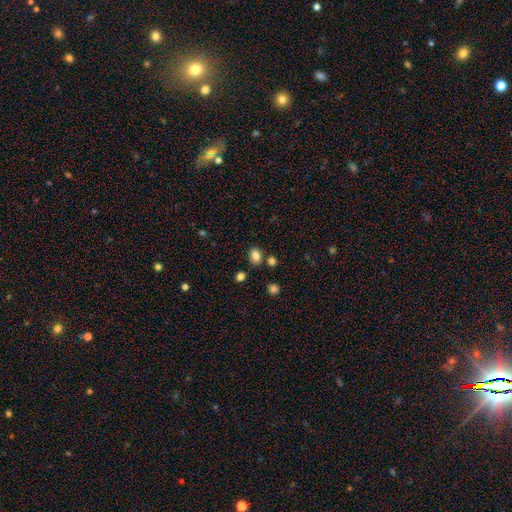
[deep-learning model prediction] Morphology: type=smooth (83%); roundness=in between (63%); merging=none (80%).